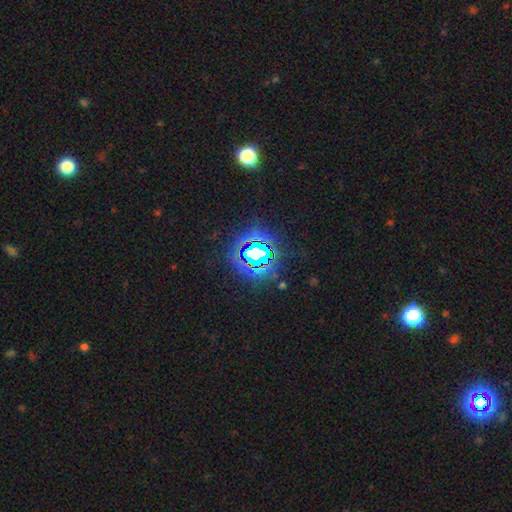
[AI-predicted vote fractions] smooth_or_featured: star or artifact (p=0.73) [alt: smooth p=0.15]